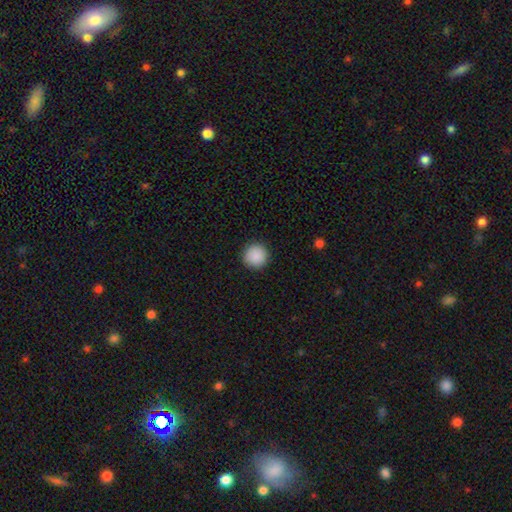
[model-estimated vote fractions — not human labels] Smooth or featured?
  - smooth: 89% *
  - star or artifact: 8%
  - featured or disk: 3%
How rounded?
  - round: 96% *
  - in between: 4%
  - cigar-shaped: 1%
Merging?
  - none: 92% *
  - minor disturbance: 5%
  - major disturbance: 2%
  - merger: 1%